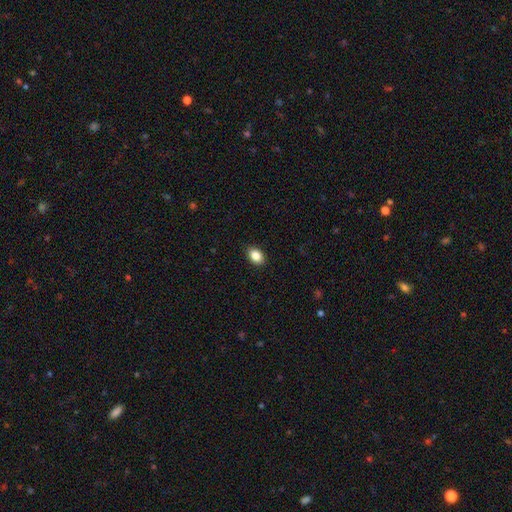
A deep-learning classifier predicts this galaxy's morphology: smooth-or-featured: smooth: 87% | star or artifact: 9% | featured or disk: 5%
  how-rounded: in between: 80% | round: 19% | cigar-shaped: 1%
  merging: none: 89% | minor disturbance: 8% | major disturbance: 2% | merger: 1%